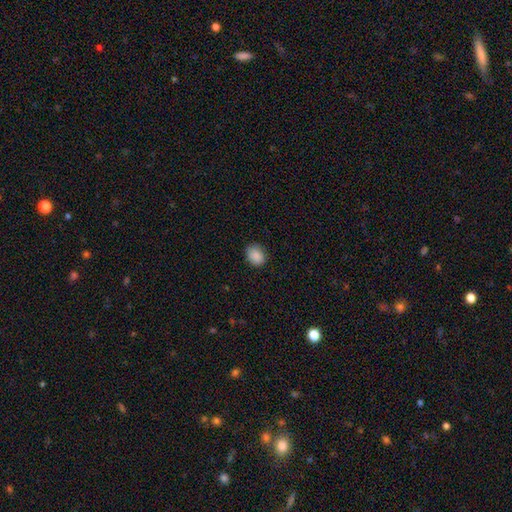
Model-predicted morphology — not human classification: Smooth or featured? smooth (89%)
How rounded? in between (53%)
Merging? none (84%)